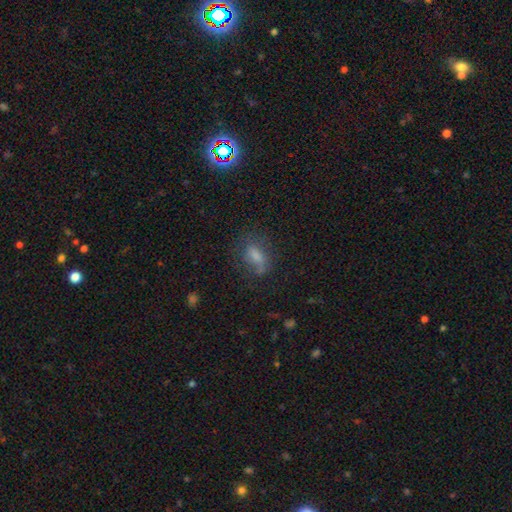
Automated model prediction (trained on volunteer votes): Smooth or featured? Predicted: smooth (p=0.54). How rounded? Predicted: in between (p=0.71). Merging? Predicted: none (p=0.62).